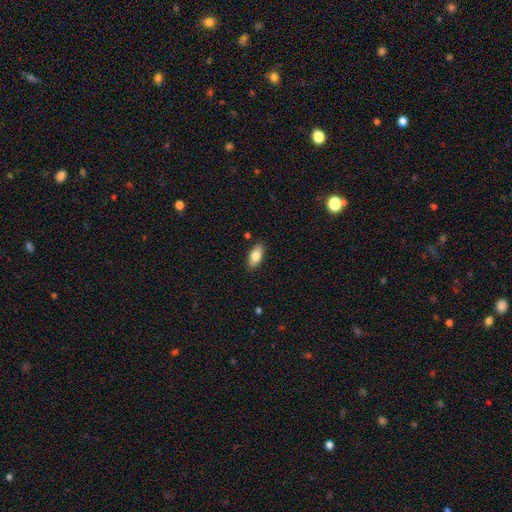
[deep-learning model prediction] Smooth or featured?
  - smooth: 80% *
  - featured or disk: 13%
  - star or artifact: 7%
How rounded?
  - in between: 88% *
  - cigar-shaped: 9%
  - round: 3%
Merging?
  - none: 87% *
  - minor disturbance: 9%
  - major disturbance: 2%
  - merger: 1%